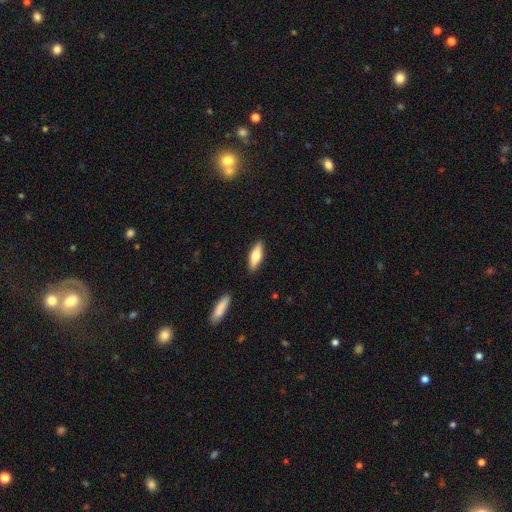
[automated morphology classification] Smooth or featured? smooth (65%)
How rounded? in between (51%)
Merging? none (88%)